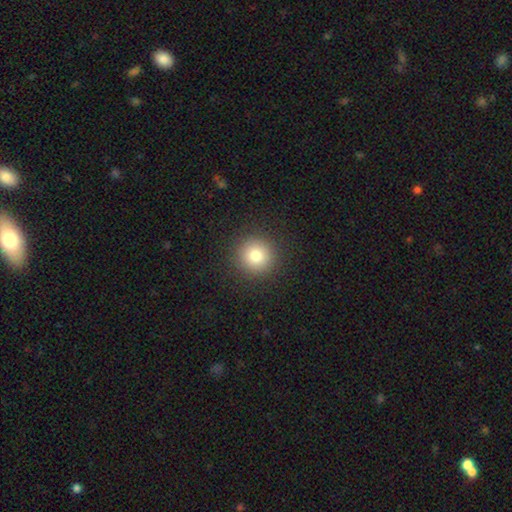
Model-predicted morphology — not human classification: Smooth or featured: smooth — 81% (star or artifact — 12%)
How rounded: round — 95% (in between — 4%)
Merging: none — 91% (minor disturbance — 5%)